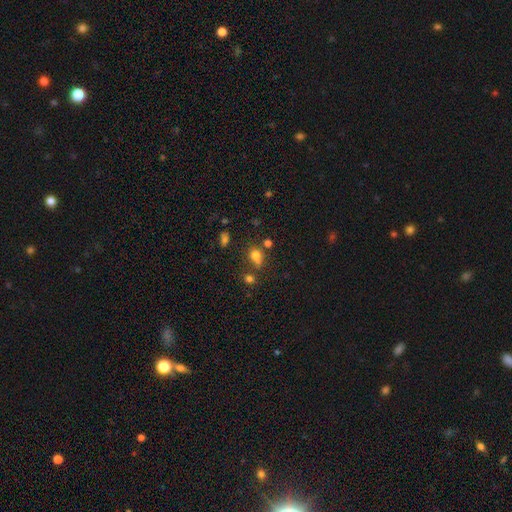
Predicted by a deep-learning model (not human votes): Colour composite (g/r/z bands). It shows a smooth galaxy with no disk features (74%) that is in between round and cigar-shaped (50%). Merging: none (53%).